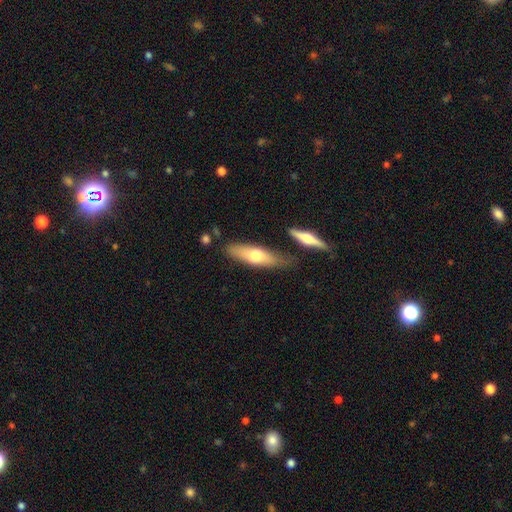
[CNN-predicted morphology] A smooth galaxy with no disk features (59%) that is cigar-shaped (57%). Merging: none (74%).